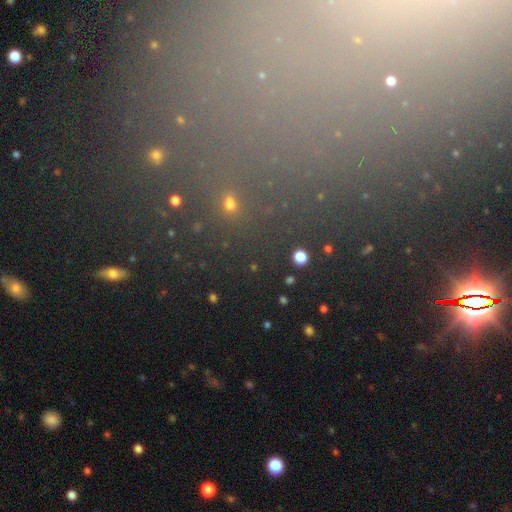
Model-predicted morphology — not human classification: A star or artifact, not a galaxy (71%).